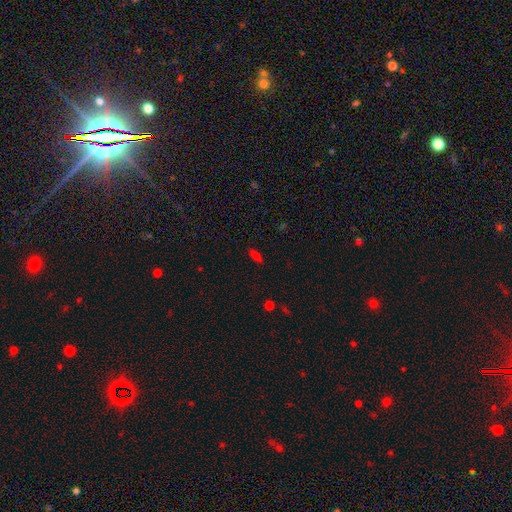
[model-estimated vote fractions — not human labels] Smooth or featured?
  - smooth: 68% *
  - star or artifact: 19%
  - featured or disk: 12%
How rounded?
  - in between: 79% *
  - cigar-shaped: 16%
  - round: 5%
Merging?
  - none: 84% *
  - minor disturbance: 12%
  - major disturbance: 3%
  - merger: 2%